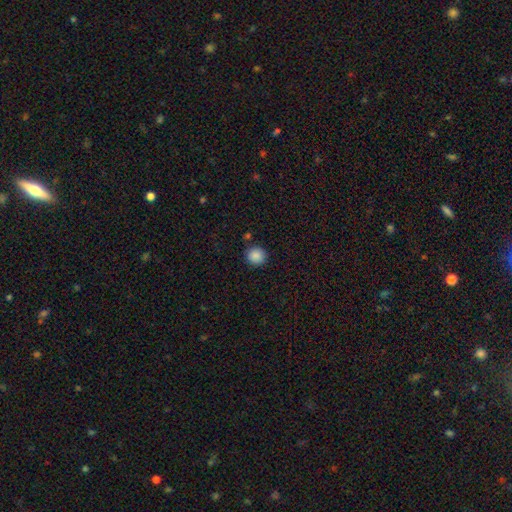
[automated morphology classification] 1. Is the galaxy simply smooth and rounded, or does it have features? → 88% smooth, 9% star or artifact, 3% featured or disk.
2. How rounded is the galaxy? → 91% round, 8% in between, 1% cigar-shaped.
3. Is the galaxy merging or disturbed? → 87% none, 8% minor disturbance, 3% merger, 2% major disturbance.